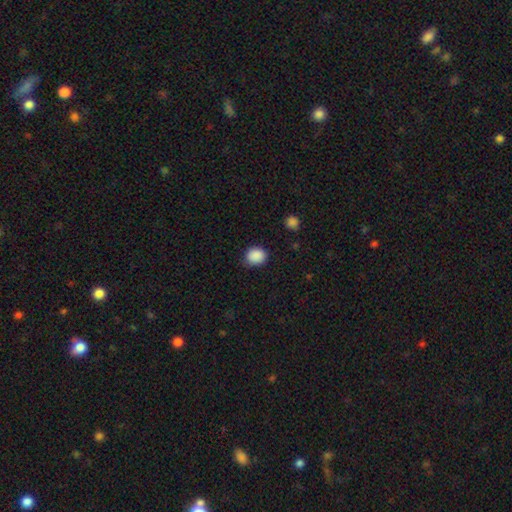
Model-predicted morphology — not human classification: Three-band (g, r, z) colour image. It shows a smooth galaxy with no disk features (89%) that is round (67%). Merging: none (81%).